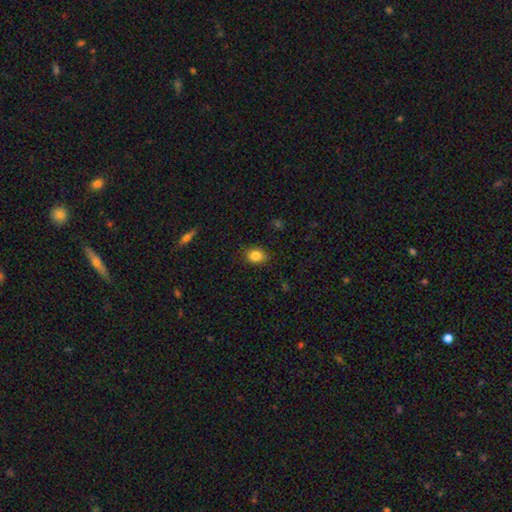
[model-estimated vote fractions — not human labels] Smooth or featured: smooth — 84% (star or artifact — 10%)
How rounded: round — 51% (in between — 47%)
Merging: none — 86% (minor disturbance — 11%)